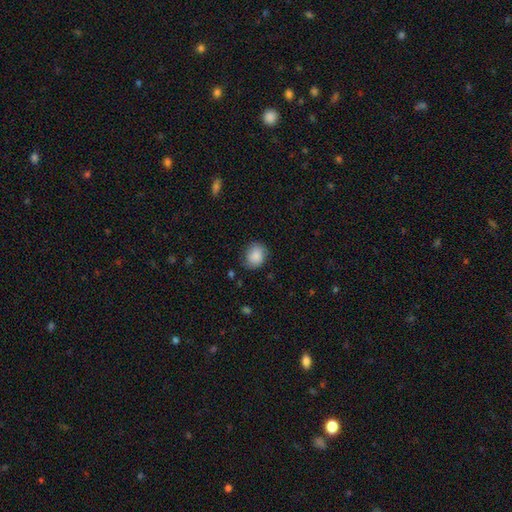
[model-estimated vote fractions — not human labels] smooth 84%, featured or disk 8%, star or artifact 8%. Down the decision tree: how rounded — round (58%); merging — none (75%).